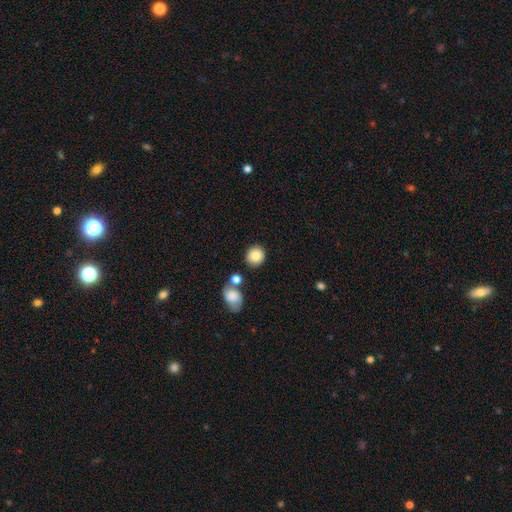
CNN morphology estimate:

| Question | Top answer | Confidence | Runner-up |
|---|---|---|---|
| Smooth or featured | smooth | 84% | star or artifact (9%) |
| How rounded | round | 85% | in between (13%) |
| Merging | none | 81% | minor disturbance (9%) |